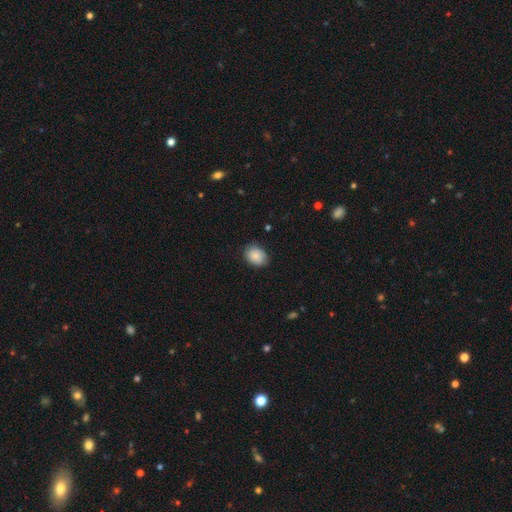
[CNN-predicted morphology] smooth 87%, star or artifact 7%, featured or disk 6%. Down the decision tree: how rounded — in between (63%); merging — none (79%).